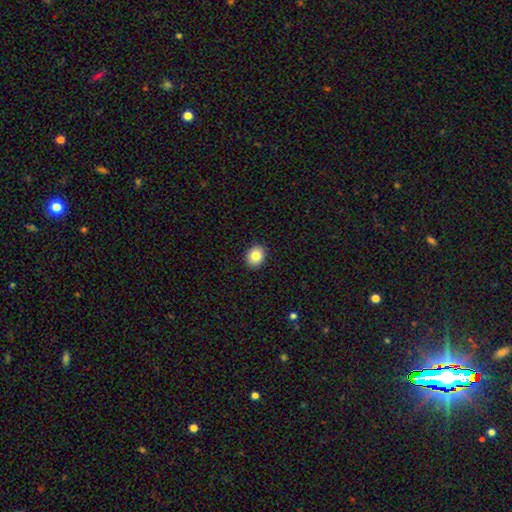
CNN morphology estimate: smooth 83%, star or artifact 9%, featured or disk 8%. Down the decision tree: how rounded — round (64%); merging — none (91%).